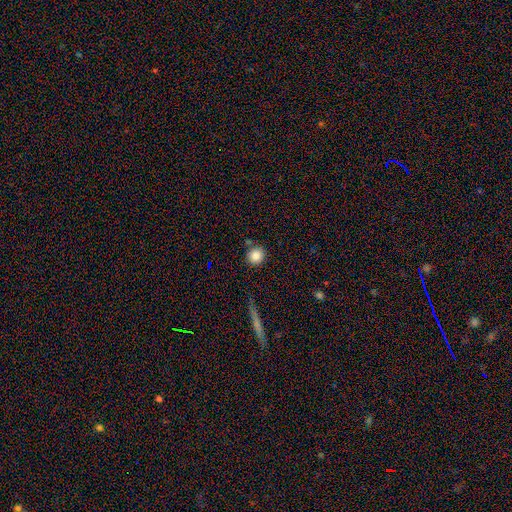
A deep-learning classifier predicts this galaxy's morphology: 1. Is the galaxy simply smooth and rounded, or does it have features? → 85% smooth, 9% star or artifact, 6% featured or disk.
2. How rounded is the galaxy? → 91% round, 8% in between, 1% cigar-shaped.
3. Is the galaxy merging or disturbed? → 81% none, 9% minor disturbance, 7% merger, 3% major disturbance.